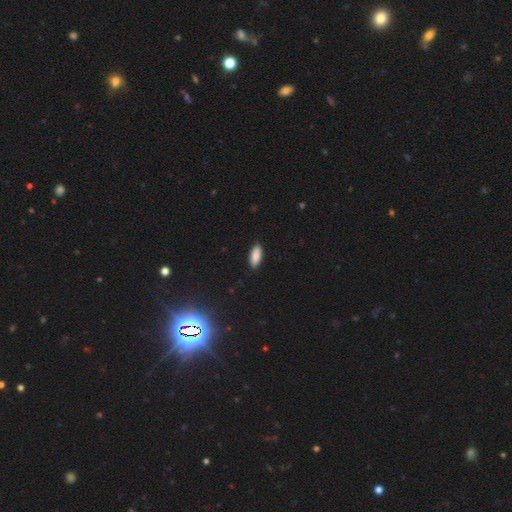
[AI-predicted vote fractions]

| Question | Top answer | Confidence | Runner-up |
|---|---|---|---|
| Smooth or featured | smooth | 88% | star or artifact (7%) |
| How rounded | in between | 79% | cigar-shaped (19%) |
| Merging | none | 89% | minor disturbance (8%) |